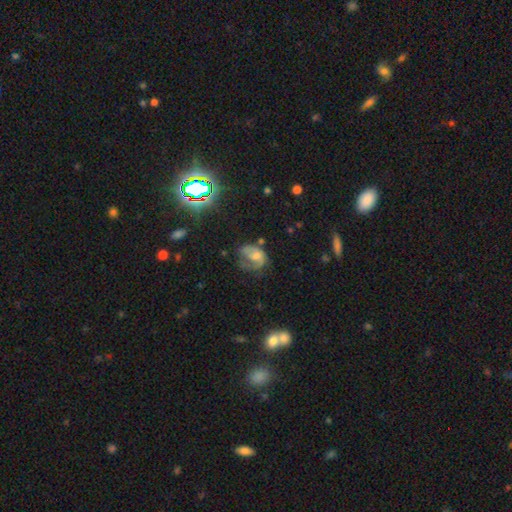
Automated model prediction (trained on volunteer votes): Smooth or featured? featured or disk (51%)
Edge-on disk? no (97%)
Merging? major disturbance (36%)